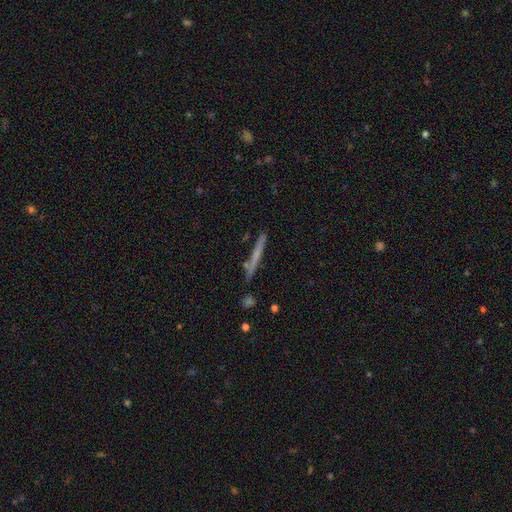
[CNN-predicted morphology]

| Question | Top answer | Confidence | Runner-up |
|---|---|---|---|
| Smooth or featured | smooth | 49% | featured or disk (44%) |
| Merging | none | 84% | minor disturbance (11%) |